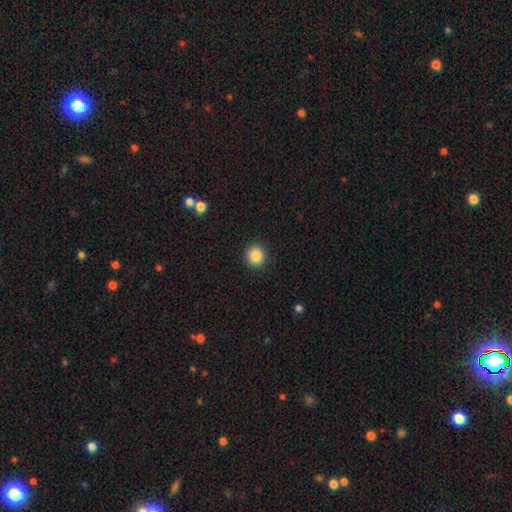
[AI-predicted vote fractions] Morphology: type=smooth (87%); roundness=round (92%); merging=none (91%).